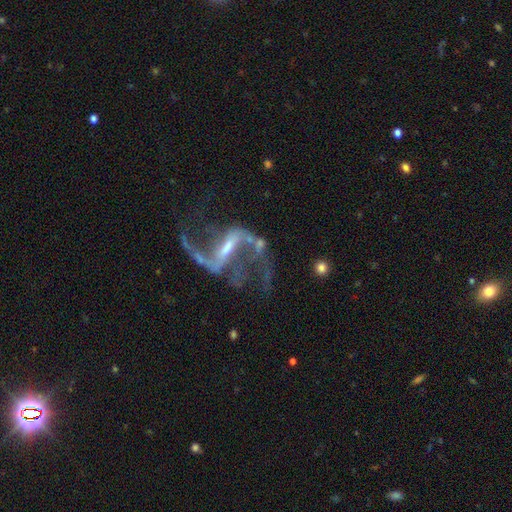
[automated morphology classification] Smooth or featured? Predicted: featured or disk (p=0.91). Edge-on disk? Predicted: no (p=0.96). Bar? Predicted: strong (p=0.59). Spiral arms? Predicted: yes (p=0.97). Spiral winding? Predicted: loose (p=0.76). Spiral arm count? Predicted: 2 (p=0.92). Bulge size? Predicted: small (p=0.64). Merging? Predicted: none (p=0.65).